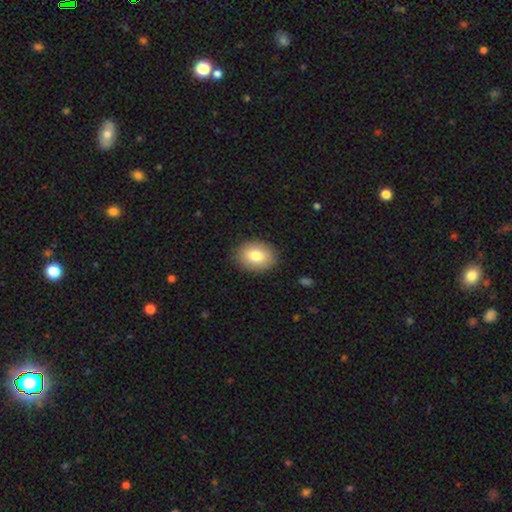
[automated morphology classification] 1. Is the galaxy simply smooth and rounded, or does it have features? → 79% smooth, 13% featured or disk, 8% star or artifact.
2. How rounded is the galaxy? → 68% in between, 31% round, 1% cigar-shaped.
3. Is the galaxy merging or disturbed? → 87% none, 9% minor disturbance, 2% major disturbance, 1% merger.